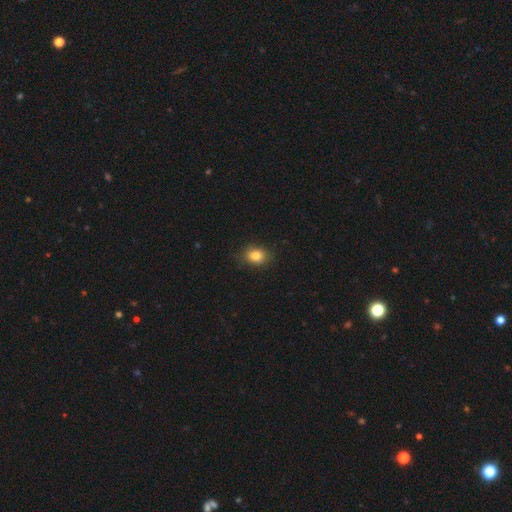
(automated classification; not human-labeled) The model was most divided on "how rounded": in between: 57%, round: 42%, cigar-shaped: 1%. More confident: merging — none (85%); smooth or featured — smooth (84%).